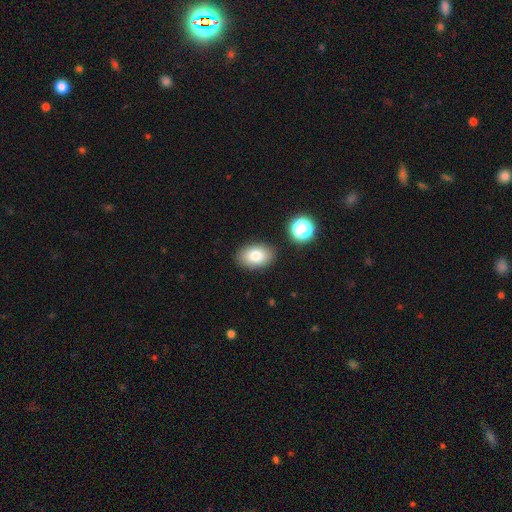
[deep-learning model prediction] Q: Smooth or featured?
A: smooth (82%); runner-up: featured or disk (9%)
Q: How rounded?
A: in between (86%); runner-up: round (13%)
Q: Merging?
A: none (86%); runner-up: minor disturbance (9%)